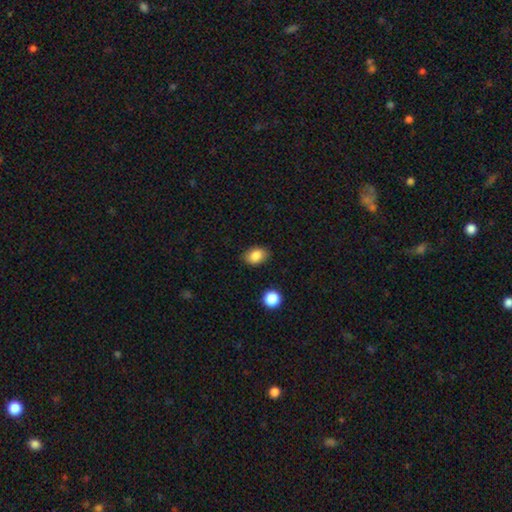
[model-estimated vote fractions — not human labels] smooth 85%, star or artifact 9%, featured or disk 6%. Down the decision tree: how rounded — in between (77%); merging — none (84%).